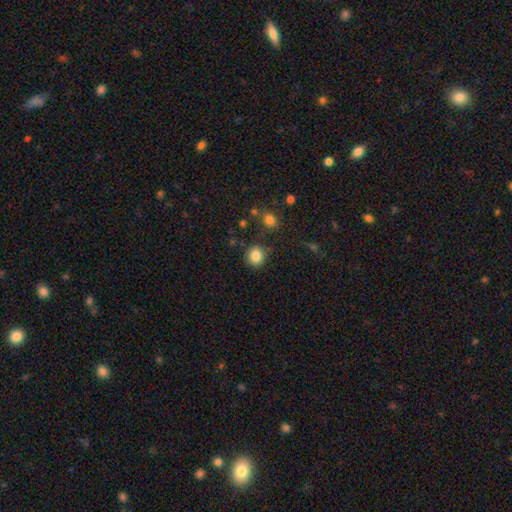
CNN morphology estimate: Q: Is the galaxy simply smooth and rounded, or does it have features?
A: smooth — 85%.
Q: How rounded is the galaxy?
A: round — 78%.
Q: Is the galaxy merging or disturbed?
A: none — 84%.